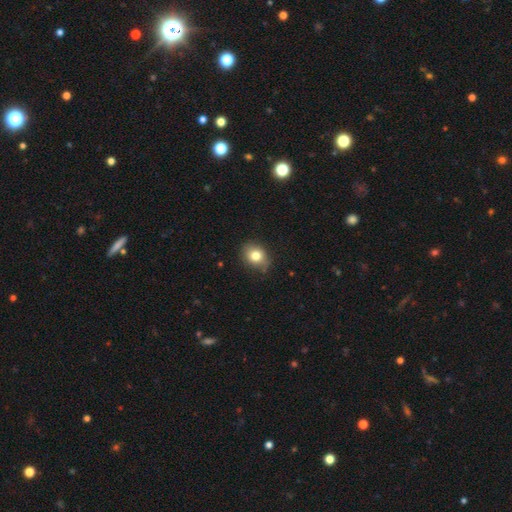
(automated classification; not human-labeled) smooth_or_featured: smooth (p=0.80) [alt: featured or disk p=0.10]
how_rounded: in between (p=0.50) [alt: round p=0.49]
merging: none (p=0.78) [alt: minor disturbance p=0.17]